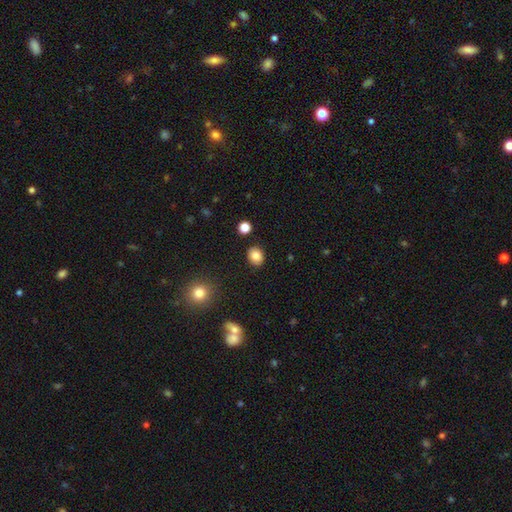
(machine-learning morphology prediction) Q: Smooth or featured?
A: smooth (84%); runner-up: star or artifact (10%)
Q: How rounded?
A: in between (50%); tied with: round (50%)
Q: Merging?
A: none (88%); runner-up: minor disturbance (8%)